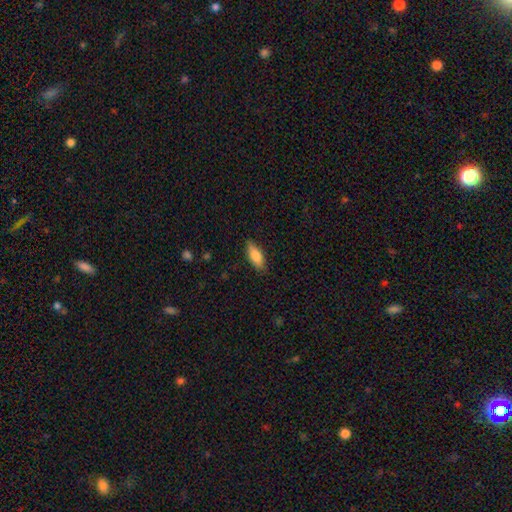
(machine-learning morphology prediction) Smooth or featured?
  - smooth: 83% *
  - featured or disk: 11%
  - star or artifact: 6%
How rounded?
  - in between: 75% *
  - cigar-shaped: 23%
  - round: 2%
Merging?
  - none: 83% *
  - minor disturbance: 13%
  - major disturbance: 3%
  - merger: 1%